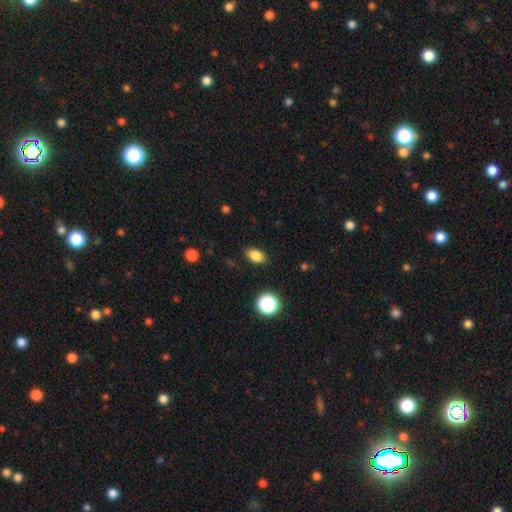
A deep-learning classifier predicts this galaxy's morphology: Overall: smooth (85%). How rounded: in between (86%). Merging: none (87%).